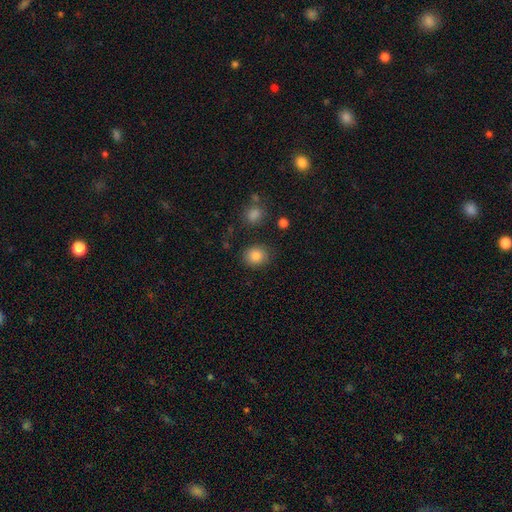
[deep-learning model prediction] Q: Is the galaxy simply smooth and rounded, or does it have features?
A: smooth — 84%.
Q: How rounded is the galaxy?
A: round — 73%.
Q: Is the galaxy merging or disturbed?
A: none — 85%.